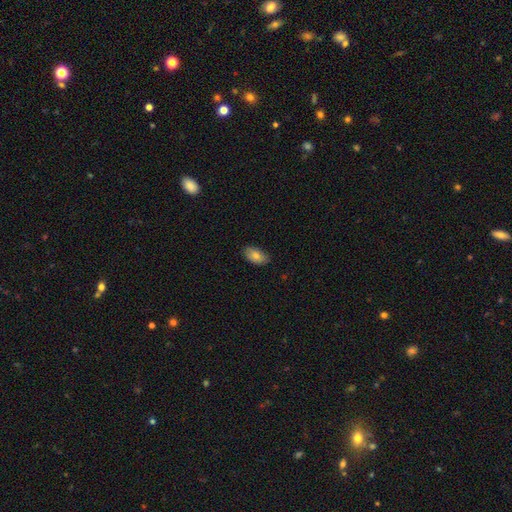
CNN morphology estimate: smooth 76%, featured or disk 17%, star or artifact 7%. Down the decision tree: how rounded — in between (93%); merging — none (82%).